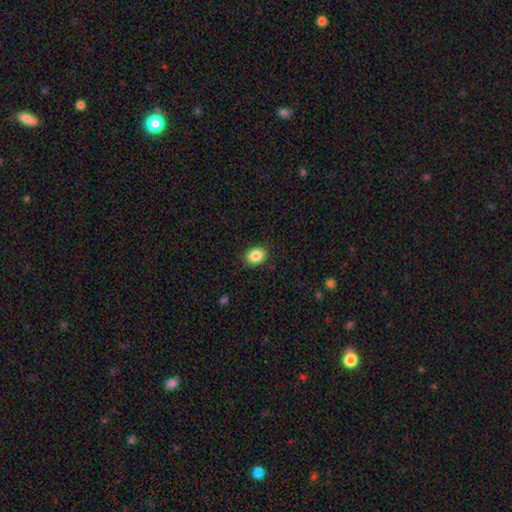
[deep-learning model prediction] A smooth galaxy with no disk features (86%) that is in between round and cigar-shaped (63%). Merging: none (88%).